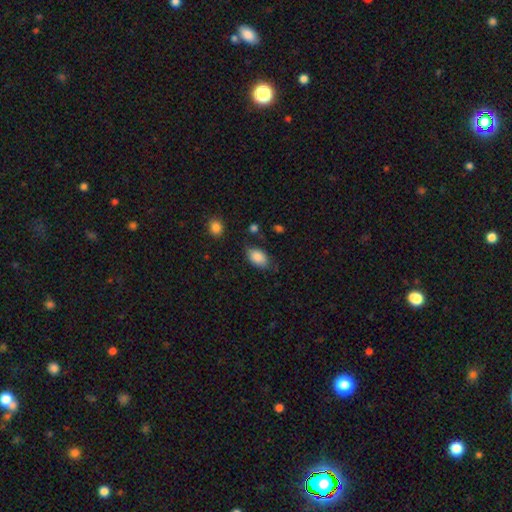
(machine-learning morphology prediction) type=smooth (87%); roundness=in between (91%); merging=none (73%).